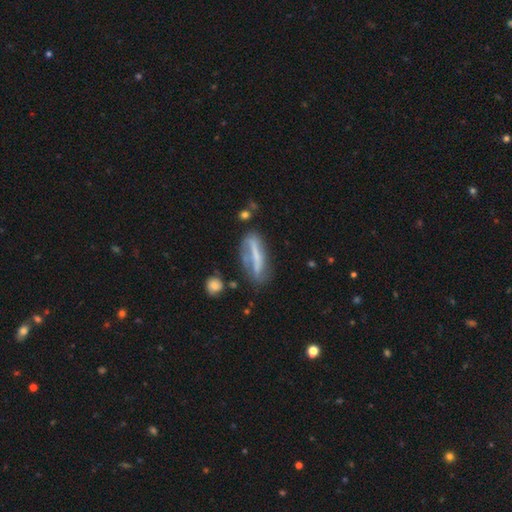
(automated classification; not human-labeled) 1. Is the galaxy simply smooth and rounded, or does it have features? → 48% featured or disk, 43% smooth, 9% star or artifact.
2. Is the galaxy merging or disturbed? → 48% none, 27% minor disturbance, 17% major disturbance, 7% merger.